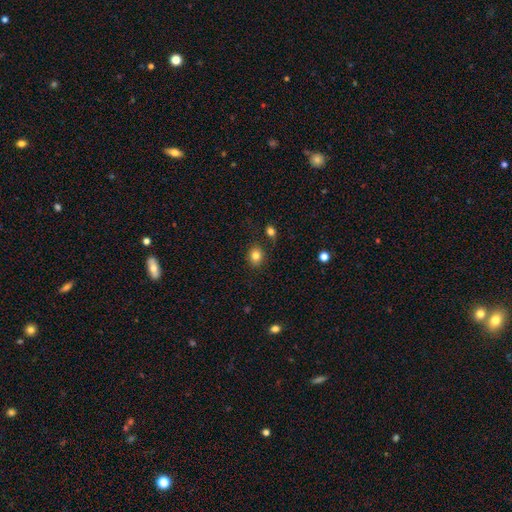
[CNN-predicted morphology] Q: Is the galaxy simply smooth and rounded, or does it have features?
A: smooth — 82%.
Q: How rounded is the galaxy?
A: round — 72%.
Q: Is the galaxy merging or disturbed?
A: none — 82%.